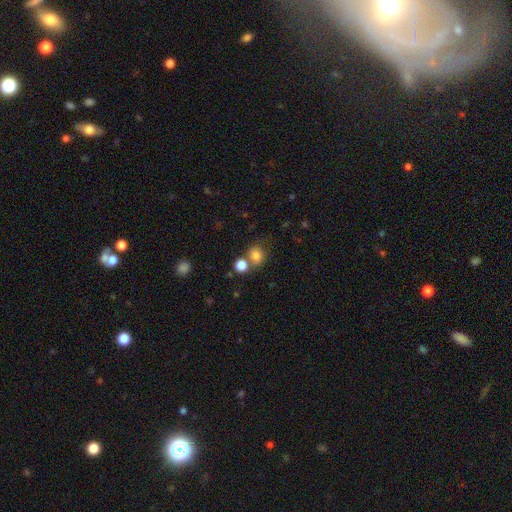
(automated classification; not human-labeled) Smooth or featured: smooth — 80% (star or artifact — 13%)
How rounded: round — 76% (in between — 23%)
Merging: none — 60% (merger — 25%)